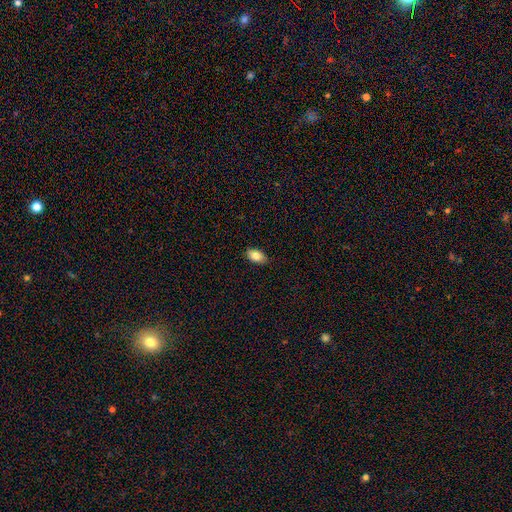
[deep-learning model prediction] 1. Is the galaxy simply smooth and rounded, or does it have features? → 84% smooth, 9% featured or disk, 7% star or artifact.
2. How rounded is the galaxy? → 92% in between, 5% round, 2% cigar-shaped.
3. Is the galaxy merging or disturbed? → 87% none, 10% minor disturbance, 2% major disturbance, 1% merger.